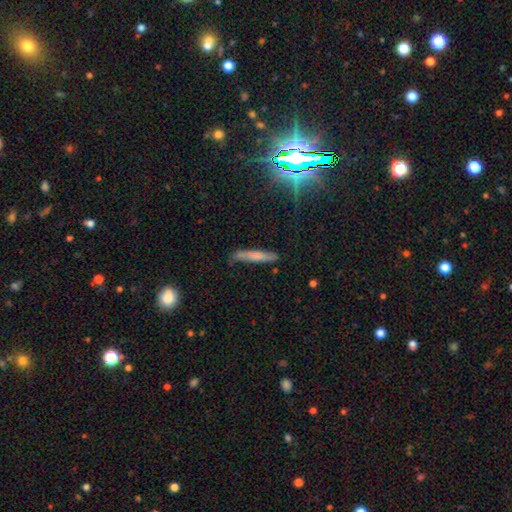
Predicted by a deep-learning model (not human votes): A smooth galaxy with no disk features (65%) that is cigar-shaped (91%). Merging: none (72%).